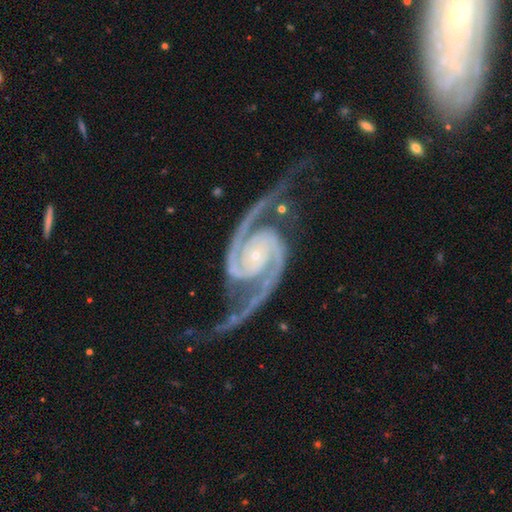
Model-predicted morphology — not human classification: A featured or disk galaxy (95%) with no bar (65%), 2 (94%) medium (56%) spiral arms (99%) and a small central bulge (85%). Merging: none (67%).